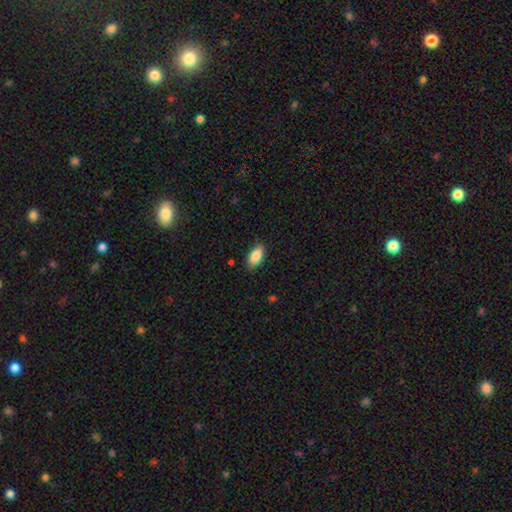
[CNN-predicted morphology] Overall: smooth (87%). How rounded: in between (92%). Merging: none (85%).